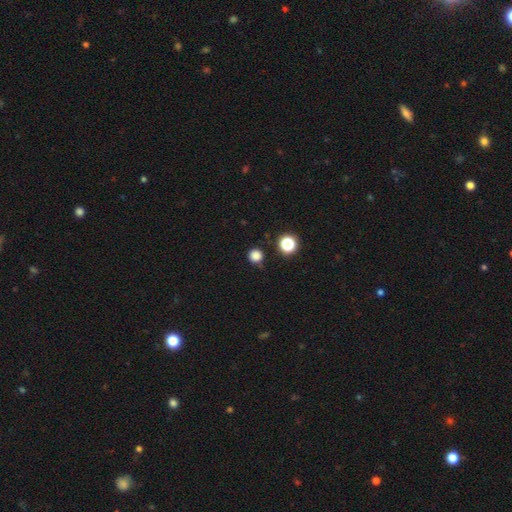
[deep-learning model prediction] Smooth or featured: smooth — 82% (star or artifact — 15%)
How rounded: round — 95% (in between — 4%)
Merging: none — 87% (minor disturbance — 8%)